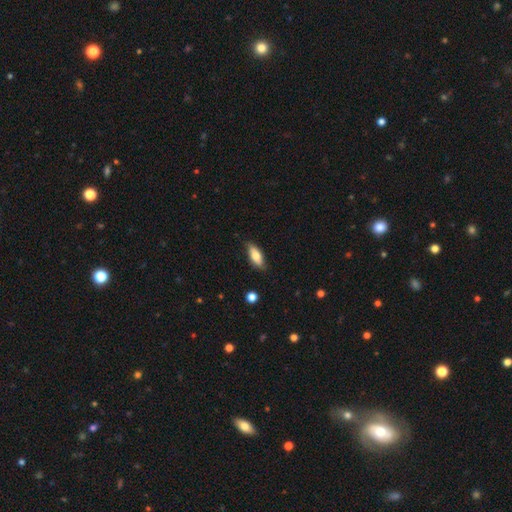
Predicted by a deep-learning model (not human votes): smooth_or_featured: smooth (p=0.73) [alt: featured or disk p=0.20]
how_rounded: in between (p=0.77) [alt: cigar-shaped p=0.20]
merging: none (p=0.78) [alt: minor disturbance p=0.18]